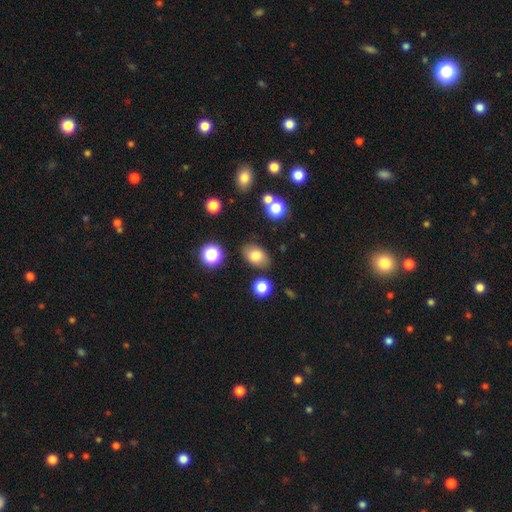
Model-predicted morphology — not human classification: A smooth galaxy with no disk features (79%) that is in between round and cigar-shaped (83%). Merging: none (81%).